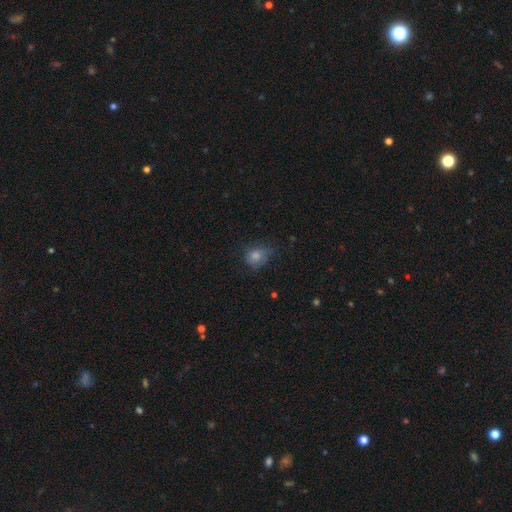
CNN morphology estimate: Q: Smooth or featured?
A: smooth (66%); runner-up: star or artifact (17%)
Q: How rounded?
A: round (64%); runner-up: in between (35%)
Q: Merging?
A: none (60%); runner-up: minor disturbance (27%)